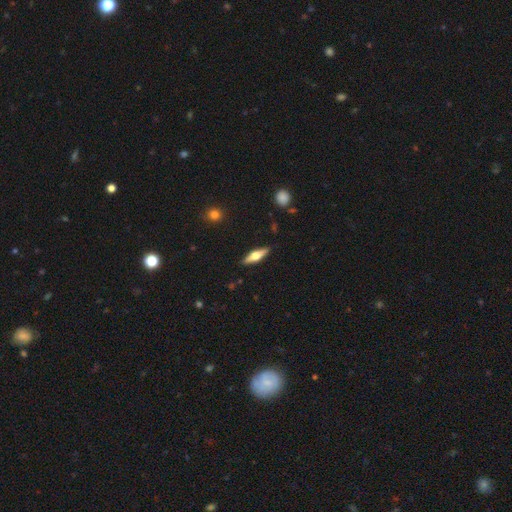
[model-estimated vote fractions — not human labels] The model was most divided on "smooth or featured": featured or disk: 56%, smooth: 38%, star or artifact: 6%. More confident: edge-on disk — yes (94%); edge-on bulge — rounded (93%); merging — none (88%).